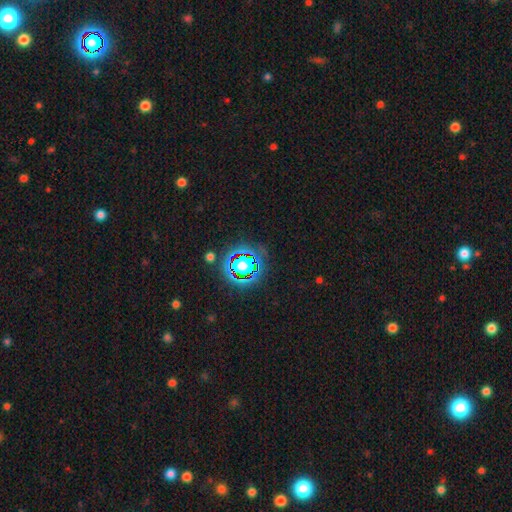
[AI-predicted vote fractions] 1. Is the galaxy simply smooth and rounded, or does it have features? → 80% star or artifact, 12% smooth, 8% featured or disk.